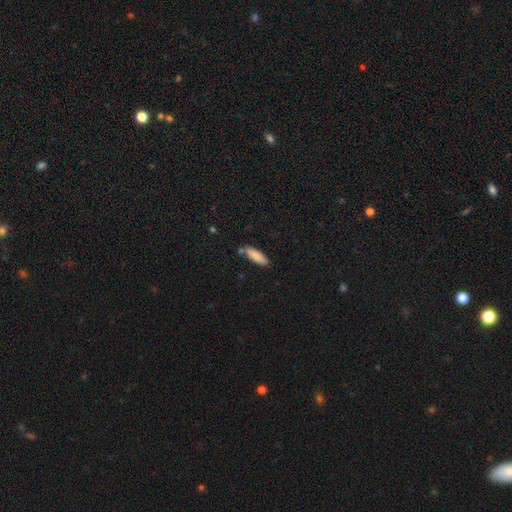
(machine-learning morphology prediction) smooth_or_featured: smooth (p=0.87) [alt: featured or disk p=0.07]
how_rounded: in between (p=0.56) [alt: cigar-shaped p=0.43]
merging: none (p=0.72) [alt: minor disturbance p=0.17]